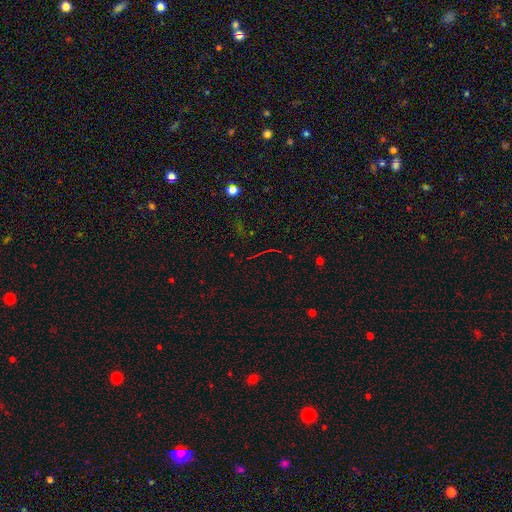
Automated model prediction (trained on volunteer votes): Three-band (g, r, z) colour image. It shows a star or artifact, not a galaxy (70%).